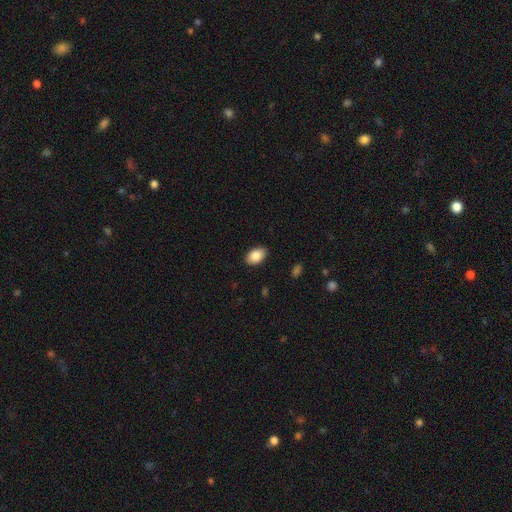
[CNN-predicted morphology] Smooth or featured: smooth — 87% (star or artifact — 7%)
How rounded: in between — 89% (round — 10%)
Merging: none — 87% (minor disturbance — 10%)